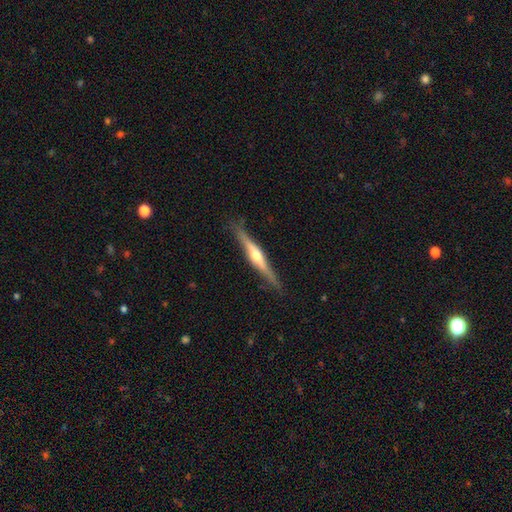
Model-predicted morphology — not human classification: A featured or disk galaxy (75%) viewed edge-on (97%) with a rounded central bulge (88%). Merging: none (87%).